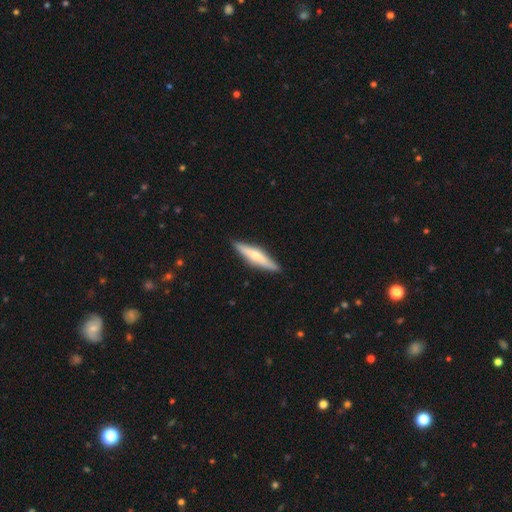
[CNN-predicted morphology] Q: Smooth or featured?
A: smooth (48%); runner-up: featured or disk (46%)
Q: Merging?
A: none (88%); runner-up: minor disturbance (9%)